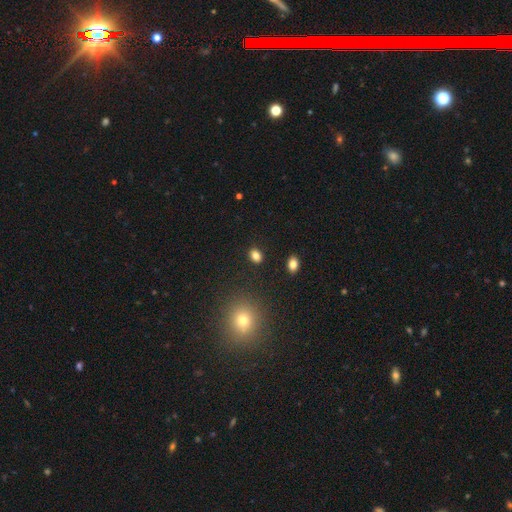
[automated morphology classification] Smooth or featured?
  - smooth: 83% *
  - star or artifact: 12%
  - featured or disk: 5%
How rounded?
  - in between: 66% *
  - round: 32%
  - cigar-shaped: 1%
Merging?
  - none: 86% *
  - minor disturbance: 9%
  - merger: 3%
  - major disturbance: 3%